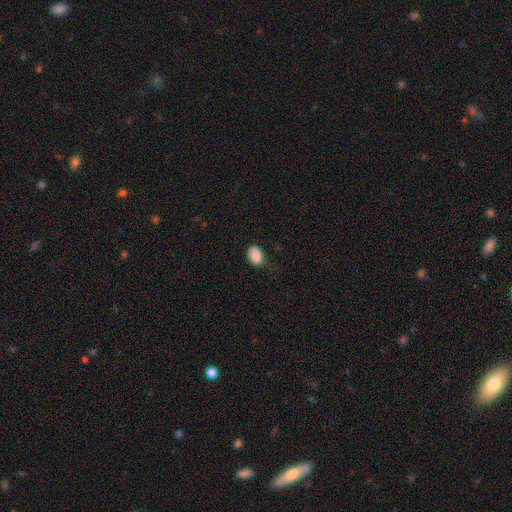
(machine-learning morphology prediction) Q: Smooth or featured?
A: smooth (84%); runner-up: star or artifact (8%)
Q: How rounded?
A: in between (79%); runner-up: round (20%)
Q: Merging?
A: none (46%); runner-up: minor disturbance (38%)